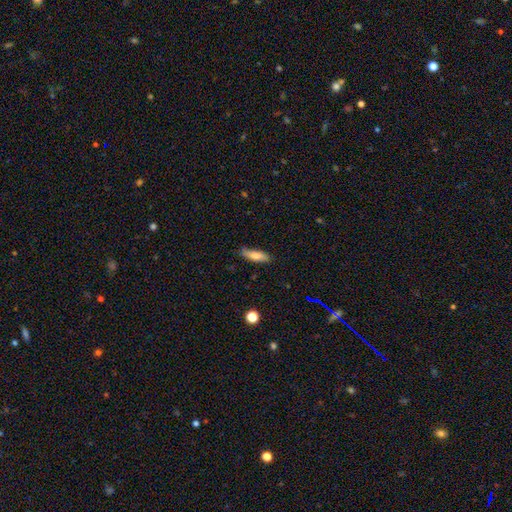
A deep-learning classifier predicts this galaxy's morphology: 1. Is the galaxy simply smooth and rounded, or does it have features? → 77% smooth, 16% featured or disk, 7% star or artifact.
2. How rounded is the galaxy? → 56% cigar-shaped, 42% in between, 2% round.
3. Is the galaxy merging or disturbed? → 75% none, 20% minor disturbance, 3% major disturbance, 2% merger.